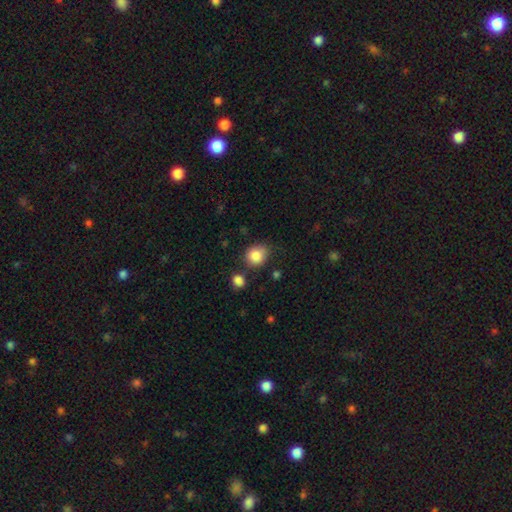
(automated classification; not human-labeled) Smooth or featured: smooth — 85% (star or artifact — 9%)
How rounded: round — 79% (in between — 20%)
Merging: none — 69% (minor disturbance — 18%)